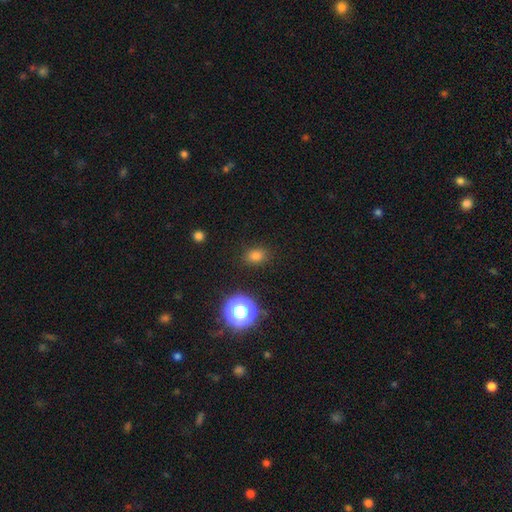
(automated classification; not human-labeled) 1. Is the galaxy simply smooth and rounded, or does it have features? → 76% smooth, 18% star or artifact, 6% featured or disk.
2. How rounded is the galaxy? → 57% in between, 42% round, 1% cigar-shaped.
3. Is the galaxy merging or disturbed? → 86% none, 9% minor disturbance, 3% major disturbance, 2% merger.